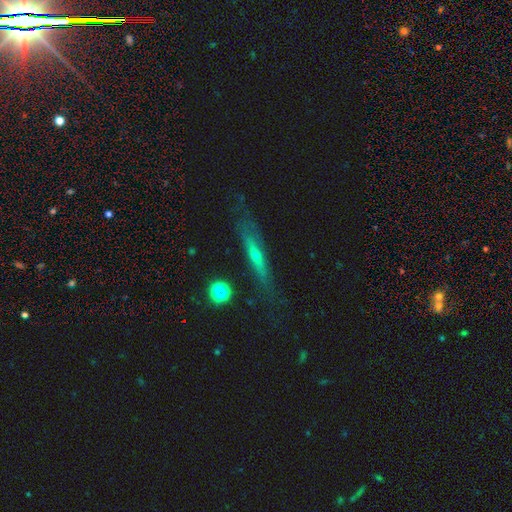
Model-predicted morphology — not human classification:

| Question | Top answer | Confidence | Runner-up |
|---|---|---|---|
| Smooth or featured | featured or disk | 63% | smooth (27%) |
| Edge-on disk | yes | 86% | no (14%) |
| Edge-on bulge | rounded | 69% | none (27%) |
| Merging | none | 75% | minor disturbance (17%) |